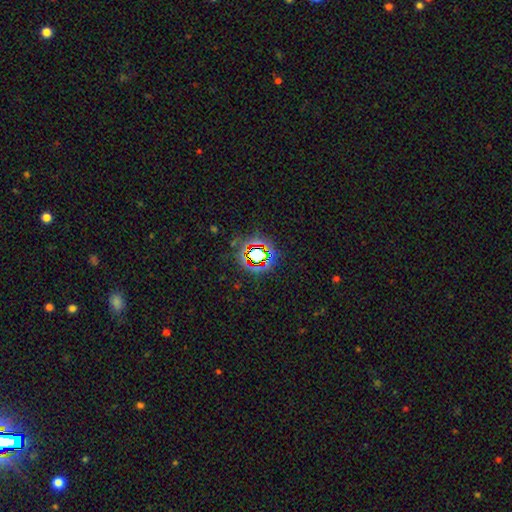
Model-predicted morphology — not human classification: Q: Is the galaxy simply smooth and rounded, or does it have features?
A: star or artifact — 71%.